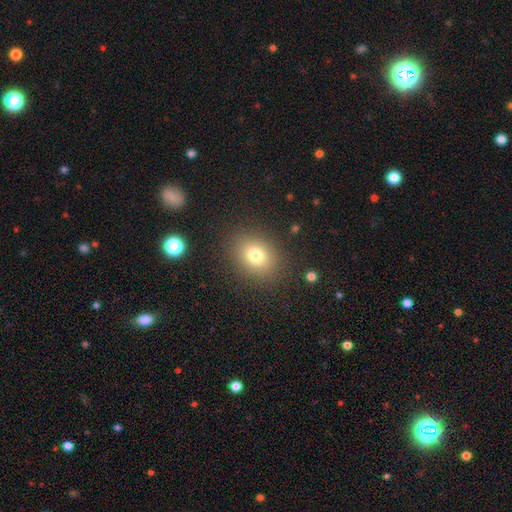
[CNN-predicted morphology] The model was most divided on "how rounded": round: 53%, in between: 46%, cigar-shaped: 1%. More confident: merging — none (86%); smooth or featured — smooth (77%).